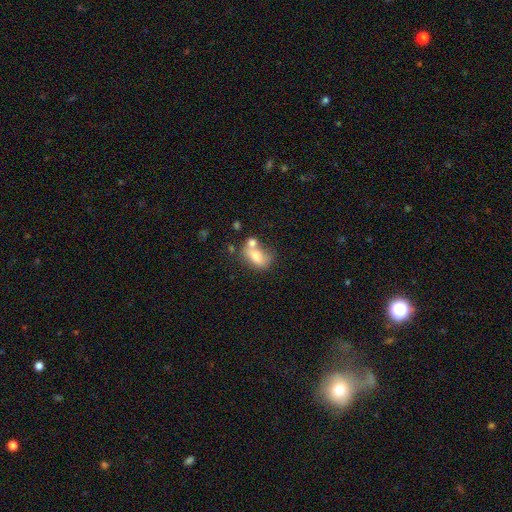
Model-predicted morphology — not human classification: Smooth or featured? smooth (70%)
How rounded? in between (81%)
Merging? merger (41%)